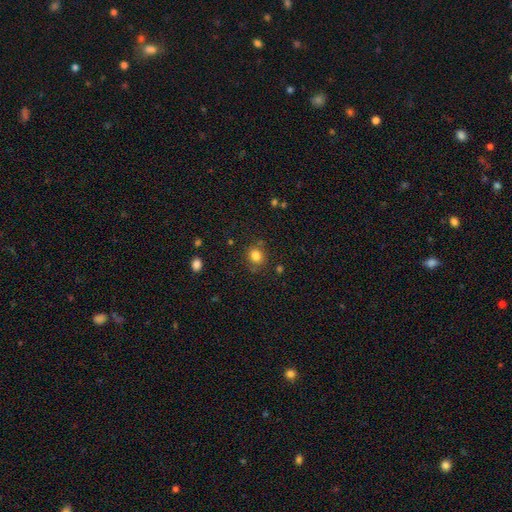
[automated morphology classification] Smooth or featured? Predicted: smooth (p=0.82). How rounded? Predicted: round (p=0.73). Merging? Predicted: none (p=0.79).